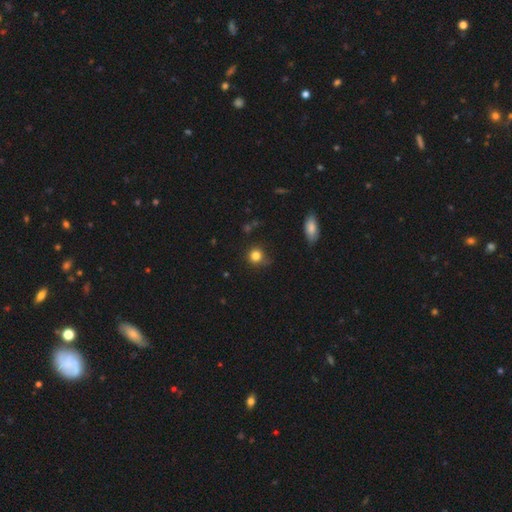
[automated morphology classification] type=smooth (82%); roundness=round (89%); merging=none (72%).